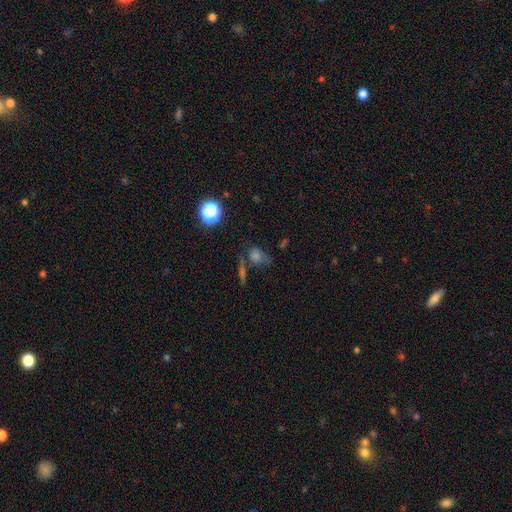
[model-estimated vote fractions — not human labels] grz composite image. It shows a smooth galaxy with no disk features (56%) that is in between round and cigar-shaped (48%). Merging: none (54%).